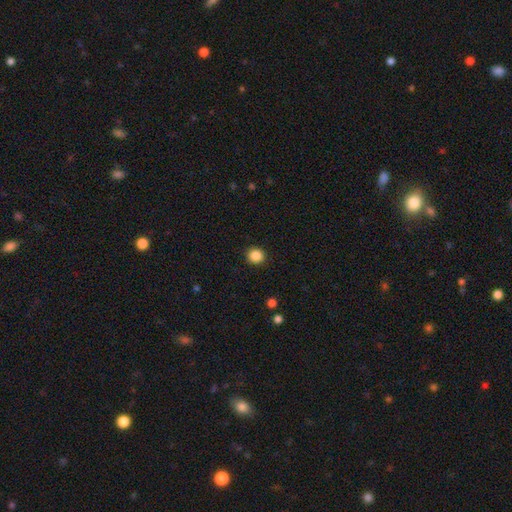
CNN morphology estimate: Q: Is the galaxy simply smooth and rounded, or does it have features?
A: smooth — 86%.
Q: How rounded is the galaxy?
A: round — 90%.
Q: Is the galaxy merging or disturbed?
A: none — 92%.